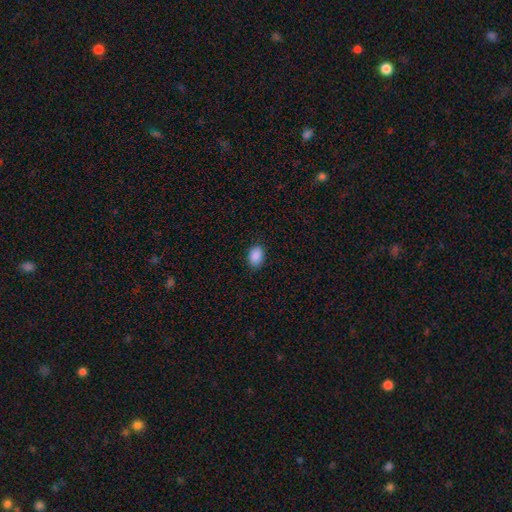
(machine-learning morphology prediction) Smooth or featured: smooth — 90% (star or artifact — 8%)
How rounded: in between — 83% (round — 16%)
Merging: none — 87% (minor disturbance — 10%)